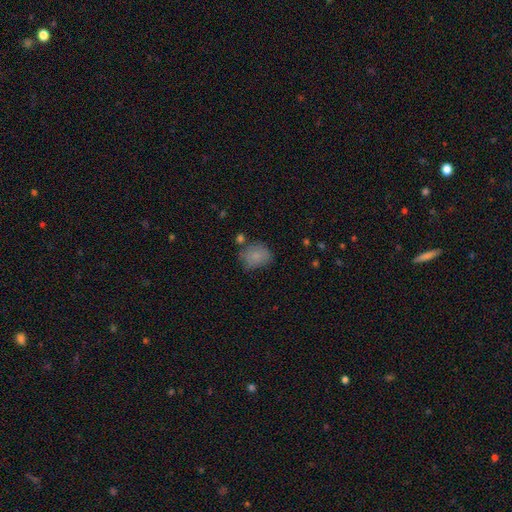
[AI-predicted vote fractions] Morphology: type=smooth (81%); roundness=round (57%); merging=none (62%).